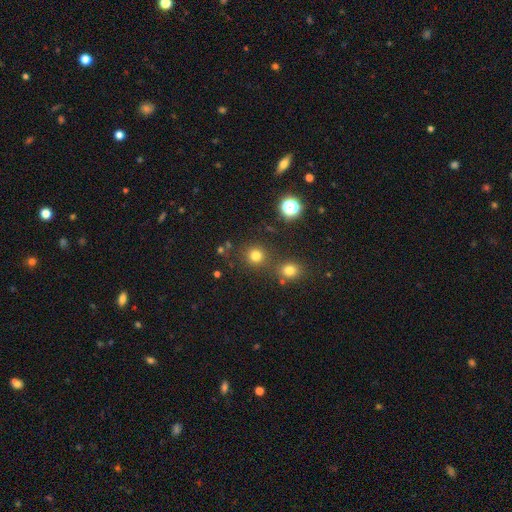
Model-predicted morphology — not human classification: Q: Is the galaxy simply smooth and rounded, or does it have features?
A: smooth — 76%.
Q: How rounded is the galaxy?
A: round — 90%.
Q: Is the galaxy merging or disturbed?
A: none — 78%.